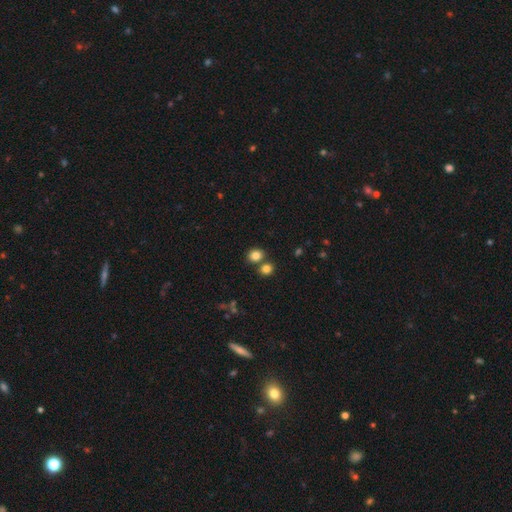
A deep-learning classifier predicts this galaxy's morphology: smooth-or-featured: smooth: 82% | star or artifact: 11% | featured or disk: 6%
  how-rounded: round: 67% | in between: 32% | cigar-shaped: 1%
  merging: none: 64% | merger: 25% | minor disturbance: 8% | major disturbance: 3%